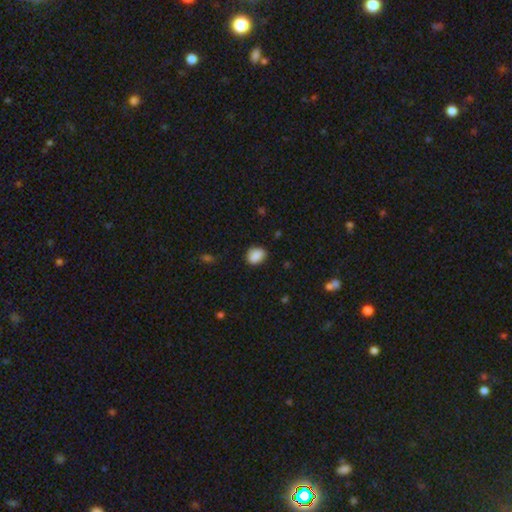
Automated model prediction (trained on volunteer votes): The model was most divided on "how rounded": round: 50%, in between: 49%, cigar-shaped: 1%. More confident: smooth or featured — smooth (88%); merging — none (78%).